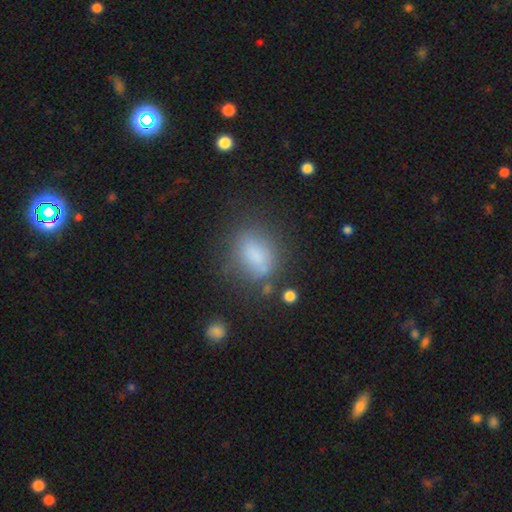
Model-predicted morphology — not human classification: This appears to be a smooth galaxy with no disk features (74%) that is in between round and cigar-shaped (69%). Merging: none (56%).